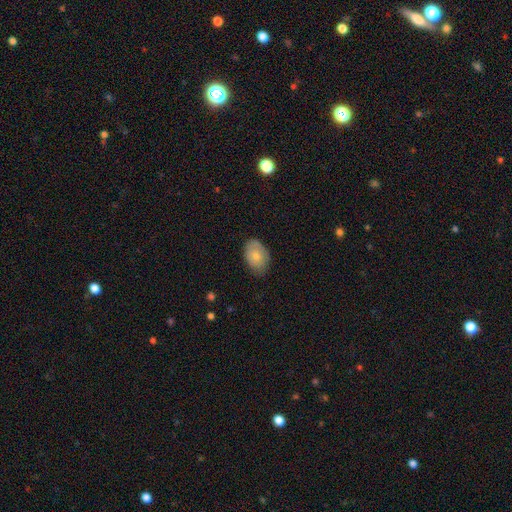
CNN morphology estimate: smooth 75%, featured or disk 19%, star or artifact 7%. Down the decision tree: how rounded — in between (86%); merging — none (74%).